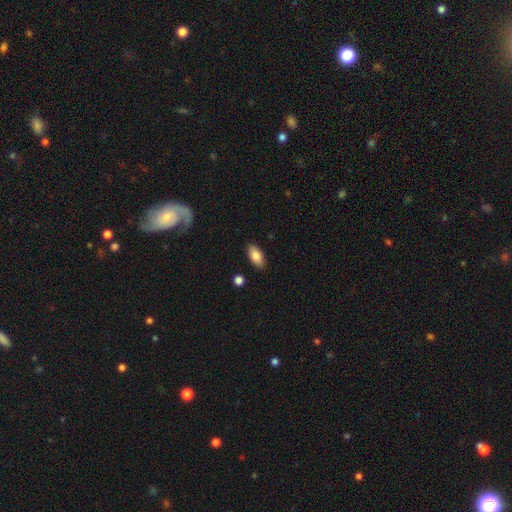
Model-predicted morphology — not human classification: smooth 84%, featured or disk 9%, star or artifact 7%. Down the decision tree: how rounded — in between (91%); merging — none (87%).